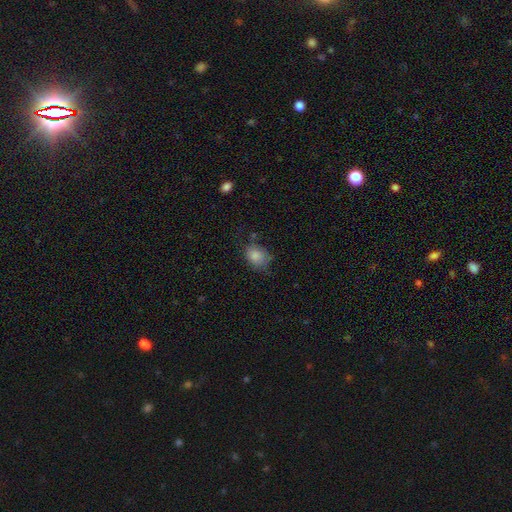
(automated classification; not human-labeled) Morphology: type=smooth (84%); roundness=in between (60%); merging=none (55%).